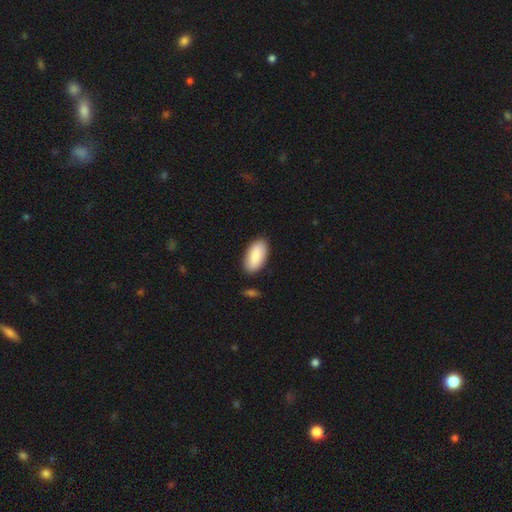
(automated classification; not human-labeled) Smooth or featured: smooth — 86% (featured or disk — 8%)
How rounded: in between — 93% (cigar-shaped — 5%)
Merging: none — 86% (minor disturbance — 10%)